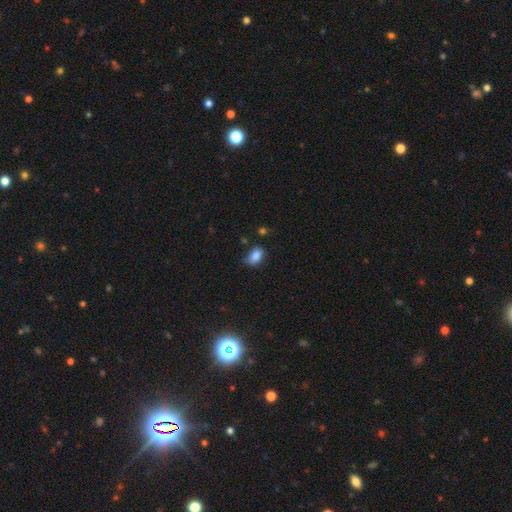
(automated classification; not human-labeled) Smooth or featured?
  - smooth: 85% *
  - star or artifact: 9%
  - featured or disk: 6%
How rounded?
  - in between: 87% *
  - round: 11%
  - cigar-shaped: 2%
Merging?
  - none: 58% *
  - minor disturbance: 32%
  - major disturbance: 7%
  - merger: 4%